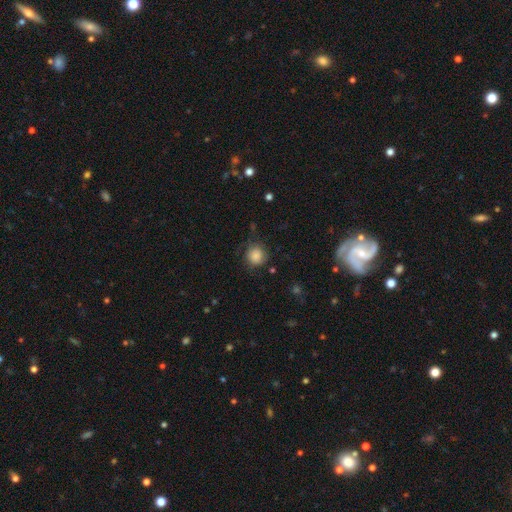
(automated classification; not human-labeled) Morphology: type=smooth (85%); roundness=round (89%); merging=none (73%).